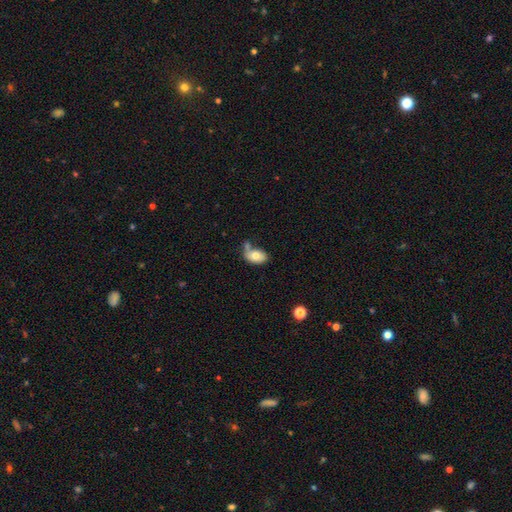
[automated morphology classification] Smooth or featured? smooth (75%)
How rounded? in between (88%)
Merging? none (39%)